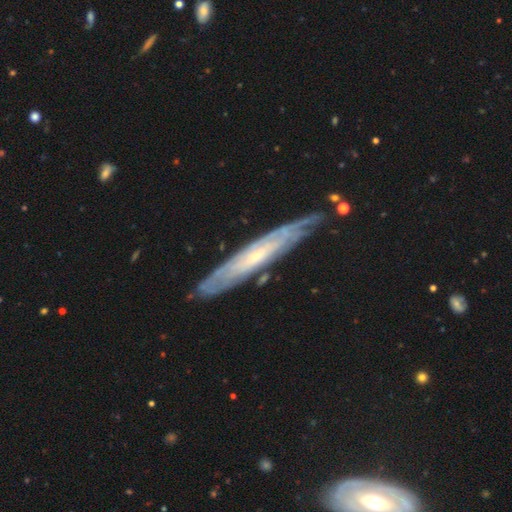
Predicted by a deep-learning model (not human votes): This is likely a featured or disk galaxy (78%). It is possibly not viewed edge-on (51%). Merging: likely none (78%).